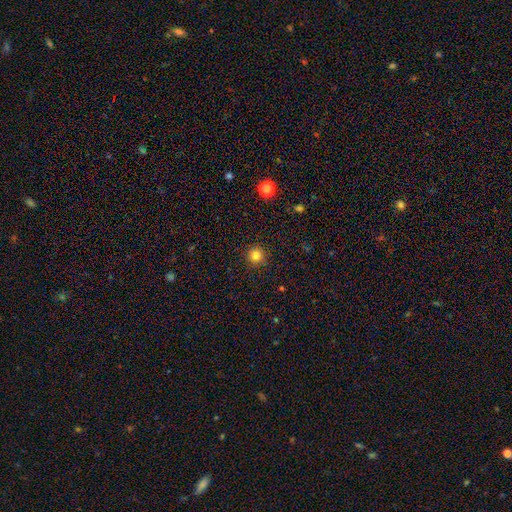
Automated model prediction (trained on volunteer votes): A smooth galaxy with no disk features (82%) that is round (95%). Merging: none (91%).